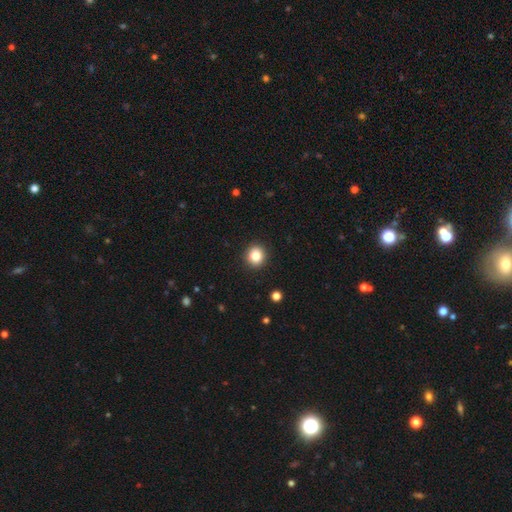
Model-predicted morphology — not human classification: smooth-or-featured: smooth: 83% | star or artifact: 11% | featured or disk: 6%
  how-rounded: round: 85% | in between: 14% | cigar-shaped: 1%
  merging: none: 92% | minor disturbance: 6% | major disturbance: 2% | merger: 1%